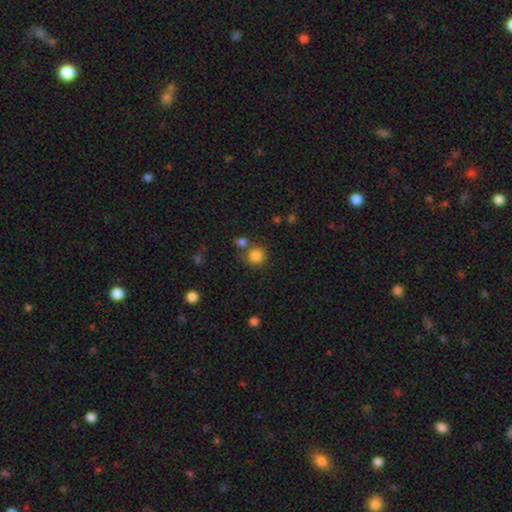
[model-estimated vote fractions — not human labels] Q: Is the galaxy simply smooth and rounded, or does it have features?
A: smooth — 83%.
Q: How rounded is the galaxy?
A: round — 89%.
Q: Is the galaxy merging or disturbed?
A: none — 69%.